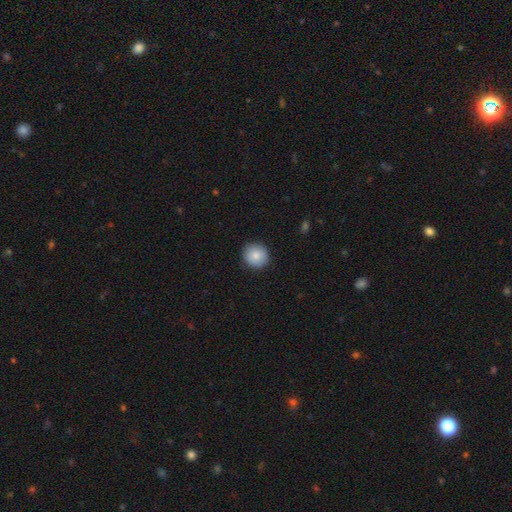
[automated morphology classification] Smooth or featured: smooth — 85% (featured or disk — 8%)
How rounded: round — 89% (in between — 10%)
Merging: none — 90% (minor disturbance — 8%)